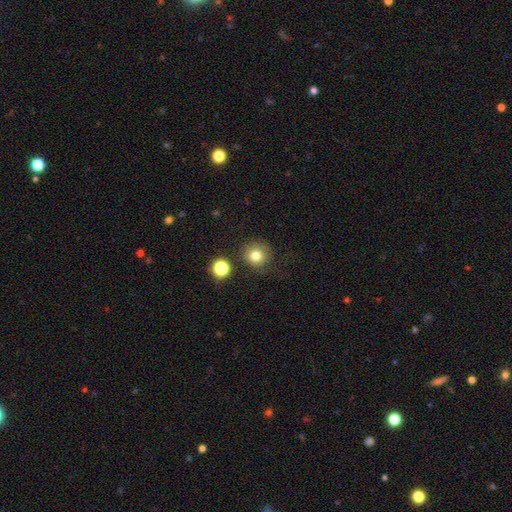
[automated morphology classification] smooth_or_featured: smooth (p=0.78) [alt: star or artifact p=0.13]
how_rounded: round (p=0.92) [alt: in between p=0.07]
merging: none (p=0.78) [alt: minor disturbance p=0.12]